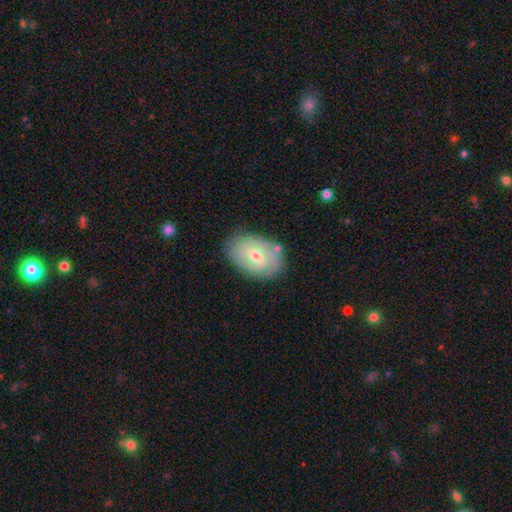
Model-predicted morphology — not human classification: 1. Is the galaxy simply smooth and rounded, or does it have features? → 60% featured or disk, 32% smooth, 7% star or artifact.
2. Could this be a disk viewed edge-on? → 94% no, 6% yes.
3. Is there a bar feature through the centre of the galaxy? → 48% weak, 43% no, 10% strong.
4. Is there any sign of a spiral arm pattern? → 75% yes, 25% no.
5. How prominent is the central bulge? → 59% moderate, 37% small, 2% large, 1% none, 1% dominant.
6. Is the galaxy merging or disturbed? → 78% none, 15% minor disturbance, 4% major disturbance, 3% merger.